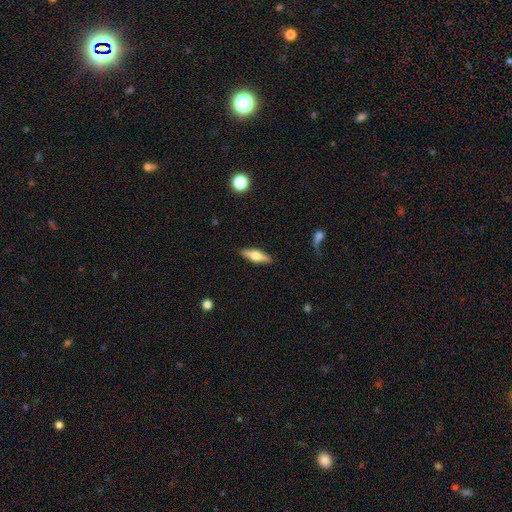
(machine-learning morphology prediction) Smooth or featured? smooth (48%)
Merging? none (88%)